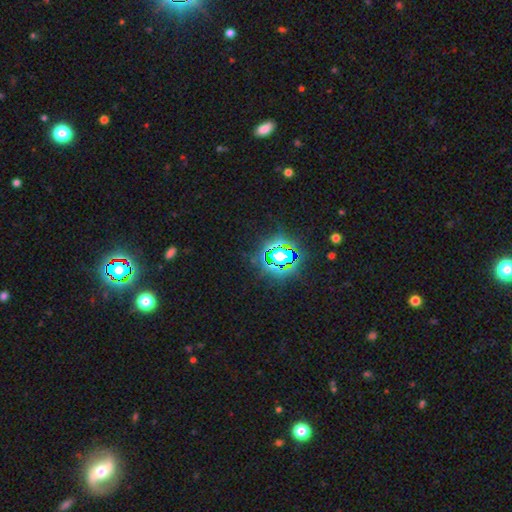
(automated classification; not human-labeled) Smooth or featured: star or artifact — 80% (smooth — 13%)